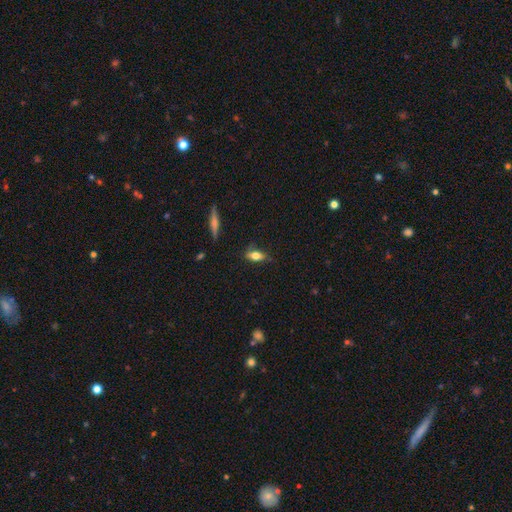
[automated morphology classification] Smooth or featured?
  - smooth: 69% *
  - featured or disk: 22%
  - star or artifact: 9%
How rounded?
  - in between: 76% *
  - cigar-shaped: 18%
  - round: 6%
Merging?
  - none: 72% *
  - minor disturbance: 20%
  - major disturbance: 5%
  - merger: 2%